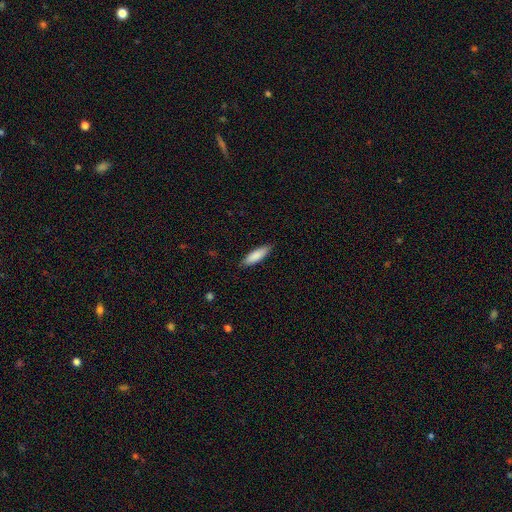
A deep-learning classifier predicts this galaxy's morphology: type=smooth (86%); roundness=cigar-shaped (57%); merging=none (87%).